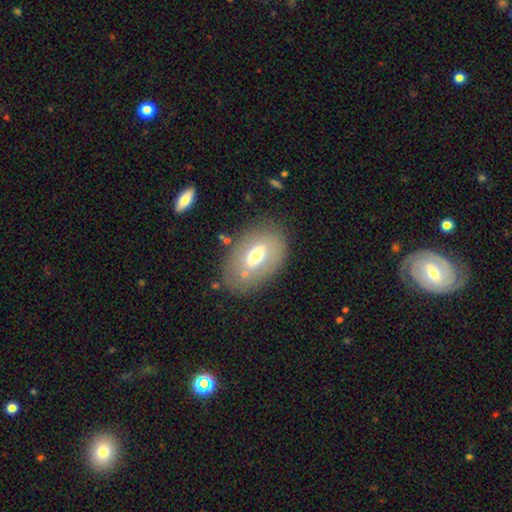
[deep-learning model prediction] A smooth galaxy with no disk features (55%) that is in between round and cigar-shaped (88%). Merging: none (77%).